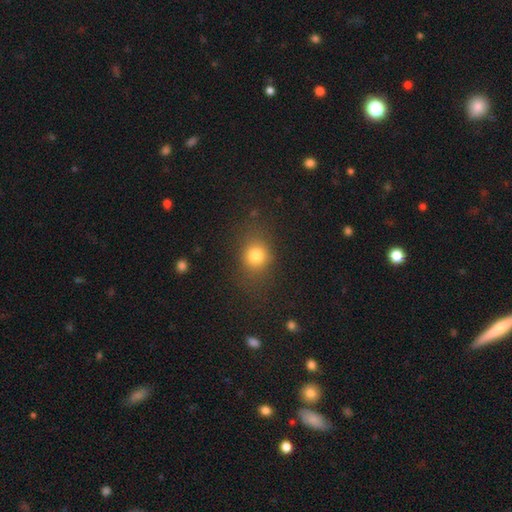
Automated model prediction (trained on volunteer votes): Q: Smooth or featured?
A: smooth (79%); runner-up: star or artifact (14%)
Q: How rounded?
A: round (67%); runner-up: in between (31%)
Q: Merging?
A: none (73%); runner-up: minor disturbance (16%)